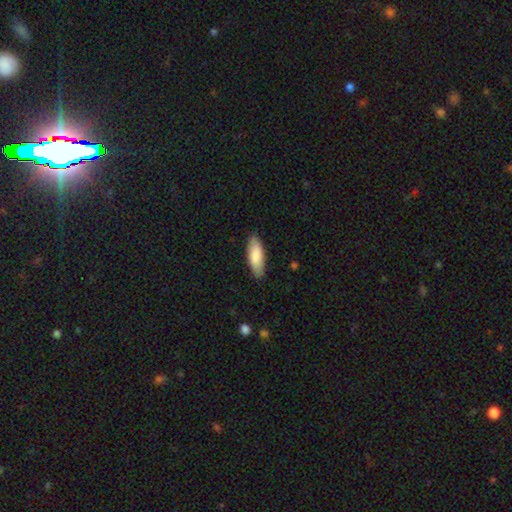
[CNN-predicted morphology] A smooth galaxy with no disk features (85%) that is in between round and cigar-shaped (64%). Merging: none (87%).